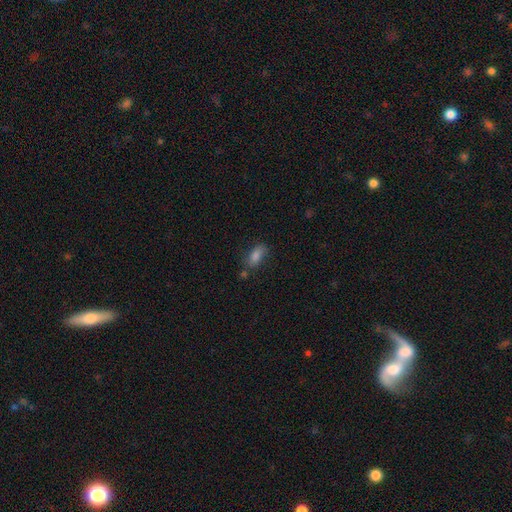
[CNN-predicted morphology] smooth-or-featured: smooth: 75% | star or artifact: 12% | featured or disk: 12%
  how-rounded: in between: 83% | cigar-shaped: 12% | round: 6%
  merging: none: 66% | minor disturbance: 19% | merger: 9% | major disturbance: 6%